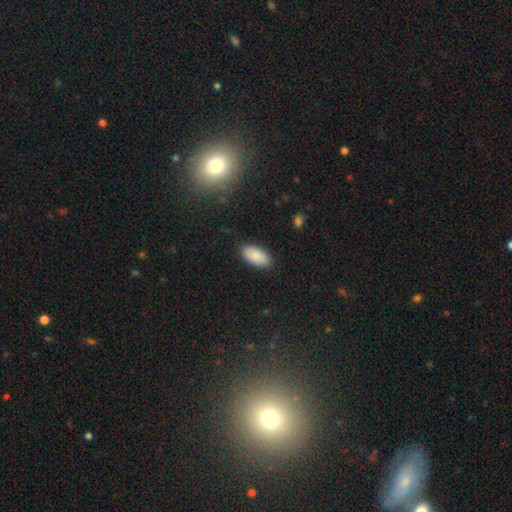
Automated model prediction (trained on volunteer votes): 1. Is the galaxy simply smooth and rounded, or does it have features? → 87% smooth, 7% star or artifact, 6% featured or disk.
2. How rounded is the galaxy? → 95% in between, 3% cigar-shaped, 2% round.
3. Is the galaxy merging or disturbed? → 87% none, 9% minor disturbance, 2% major disturbance, 1% merger.